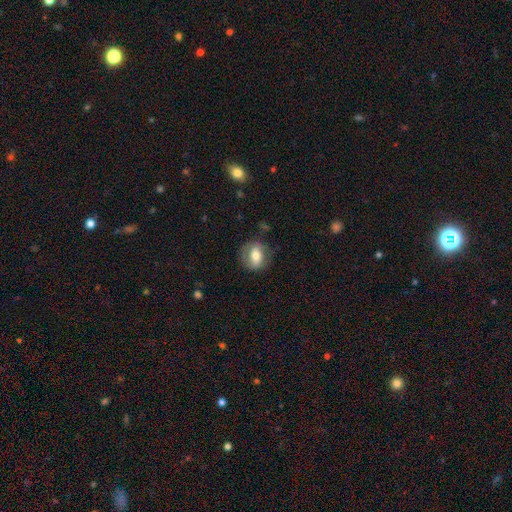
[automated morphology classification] The model was most divided on "how rounded": in between: 56%, round: 42%, cigar-shaped: 2%. More confident: merging — none (73%); smooth or featured — smooth (58%).